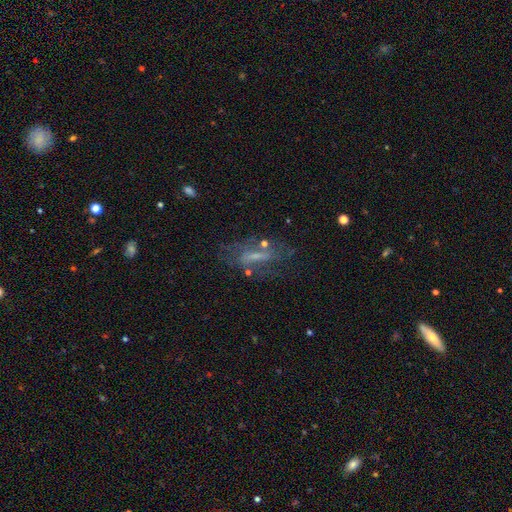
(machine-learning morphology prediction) smooth_or_featured: featured or disk (p=0.57) [alt: smooth p=0.26]
disk_edge_on: no (p=0.76) [alt: yes p=0.24]
merging: none (p=0.57) [alt: minor disturbance p=0.19]